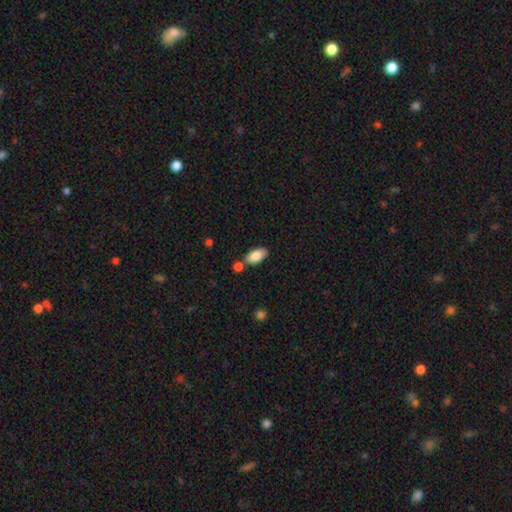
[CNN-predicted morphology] A smooth galaxy with no disk features (85%) that is in between round and cigar-shaped (92%).

Vote fractions:
- Smooth or featured? smooth: 85% / featured or disk: 8% / star or artifact: 7%
- How rounded? in between: 92% / cigar-shaped: 5% / round: 3%
- Merging? none: 72% / merger: 14% / minor disturbance: 12% / major disturbance: 3%